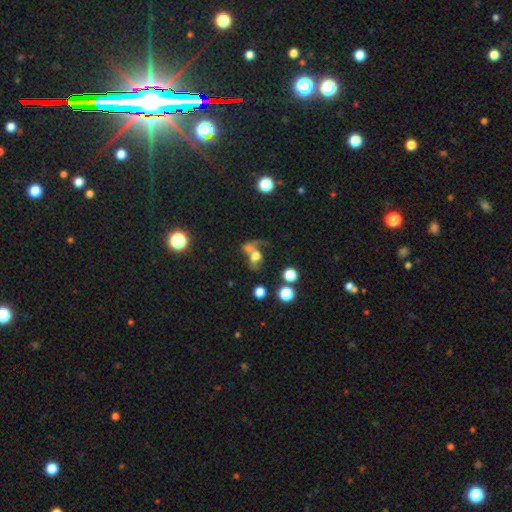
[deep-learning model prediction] Smooth or featured?
  - smooth: 52% *
  - featured or disk: 29%
  - star or artifact: 18%
How rounded?
  - in between: 49% * (tied)
  - round: 49% * (tied)
  - cigar-shaped: 3%
Merging?
  - merger: 52% *
  - none: 20%
  - major disturbance: 19%
  - minor disturbance: 9%